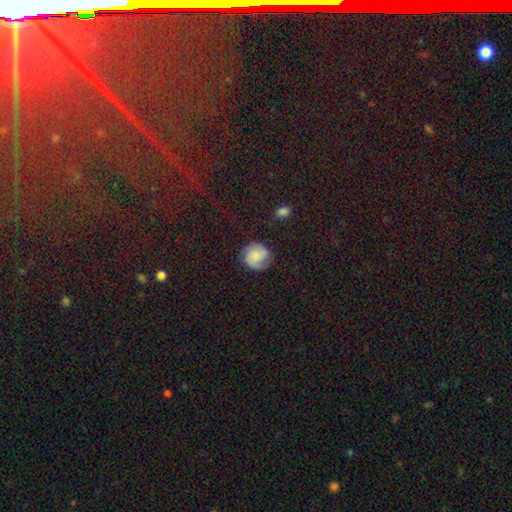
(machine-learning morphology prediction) This appears to be a featured or disk galaxy (55%) with no bar (67%), spiral arms (93%) and a small central bulge (37%). Merging: none (75%).